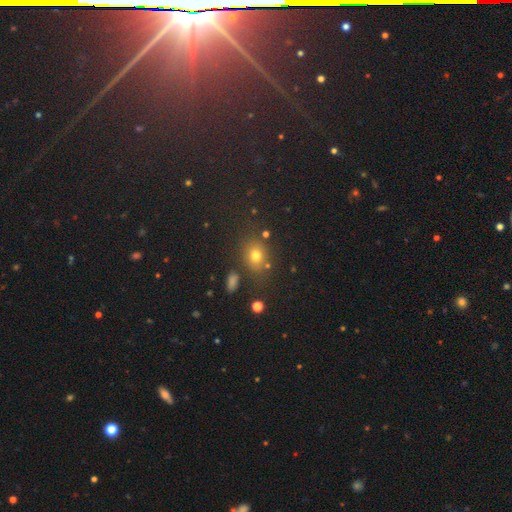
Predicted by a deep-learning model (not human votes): This is likely a smooth galaxy (71%). How rounded: possibly round (53%). Merging: likely none (75%).